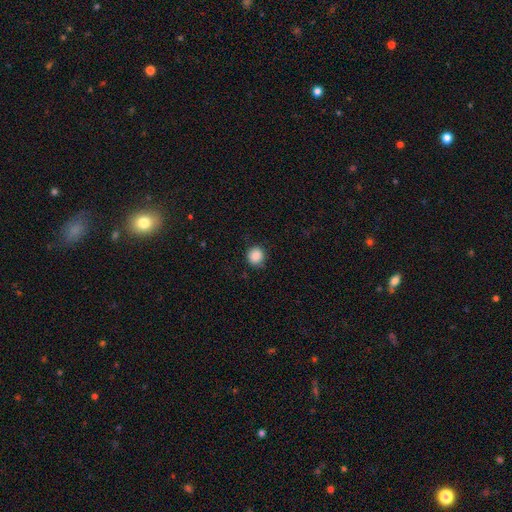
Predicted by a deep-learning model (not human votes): Q: Smooth or featured?
A: smooth (88%); runner-up: star or artifact (9%)
Q: How rounded?
A: round (86%); runner-up: in between (13%)
Q: Merging?
A: none (84%); runner-up: minor disturbance (12%)